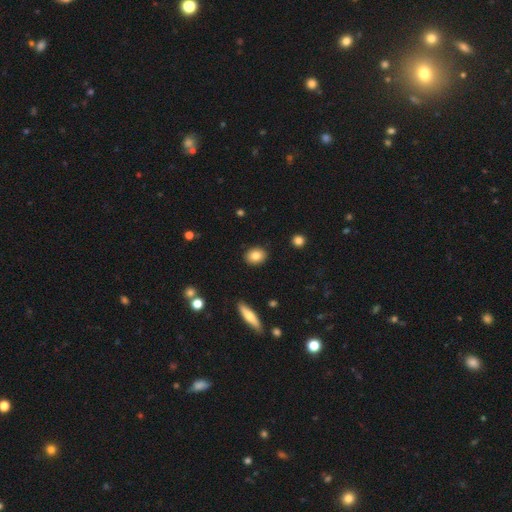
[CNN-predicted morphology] A smooth galaxy with no disk features (82%) that is round (50%).

Vote fractions:
- Smooth or featured? smooth: 82% / featured or disk: 10% / star or artifact: 8%
- How rounded? round: 50% / in between: 48% / cigar-shaped: 2%
- Merging? none: 90% / minor disturbance: 7% / major disturbance: 2% / merger: 1%